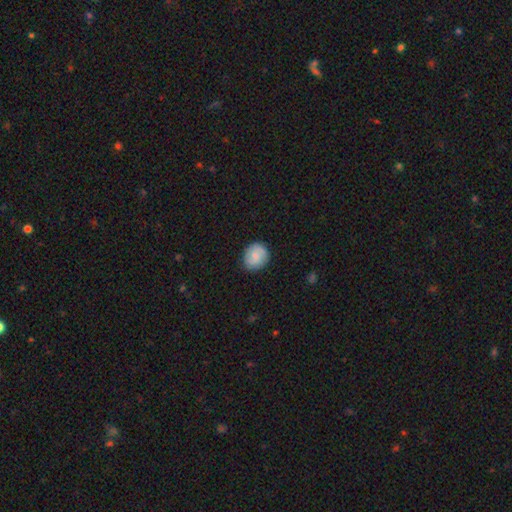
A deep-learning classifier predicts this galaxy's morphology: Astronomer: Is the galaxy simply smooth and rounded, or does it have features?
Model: smooth — 65%.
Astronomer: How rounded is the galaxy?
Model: round — 77%.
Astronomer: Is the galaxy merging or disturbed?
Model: none — 85%.